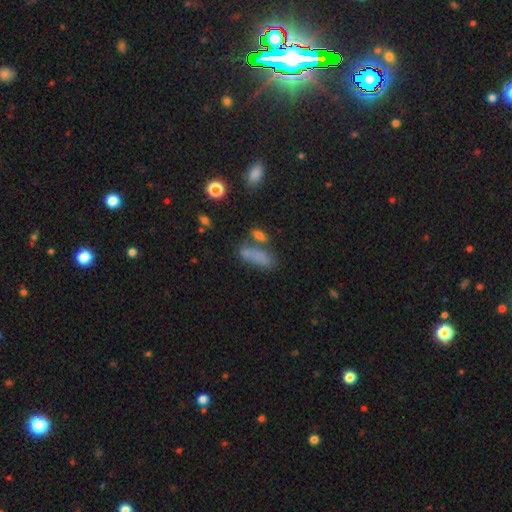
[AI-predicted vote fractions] Smooth or featured? smooth (74%)
How rounded? in between (65%)
Merging? none (45%)